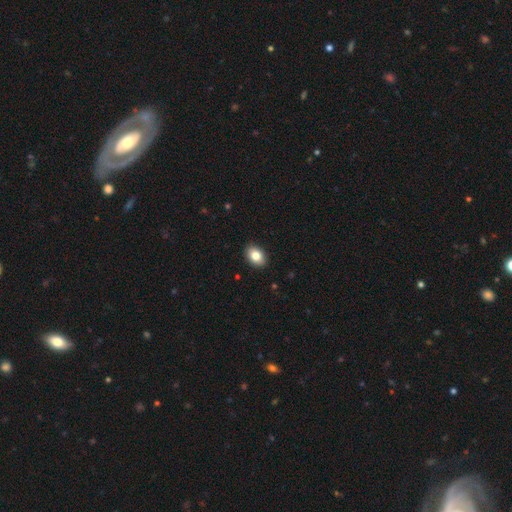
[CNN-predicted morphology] Smooth or featured? smooth (83%)
How rounded? in between (83%)
Merging? none (91%)